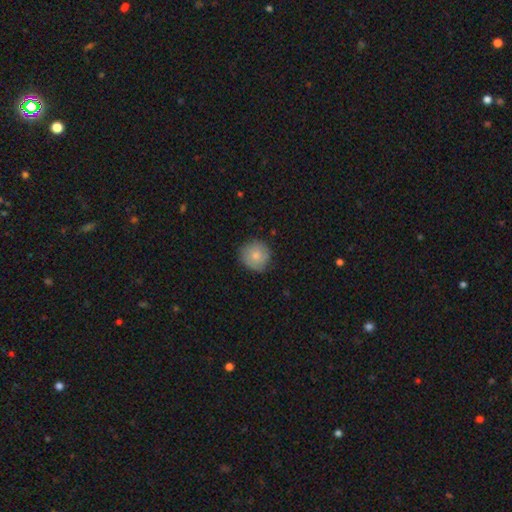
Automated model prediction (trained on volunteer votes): Smooth or featured: smooth — 75% (featured or disk — 18%)
How rounded: round — 93% (in between — 6%)
Merging: none — 80% (minor disturbance — 16%)